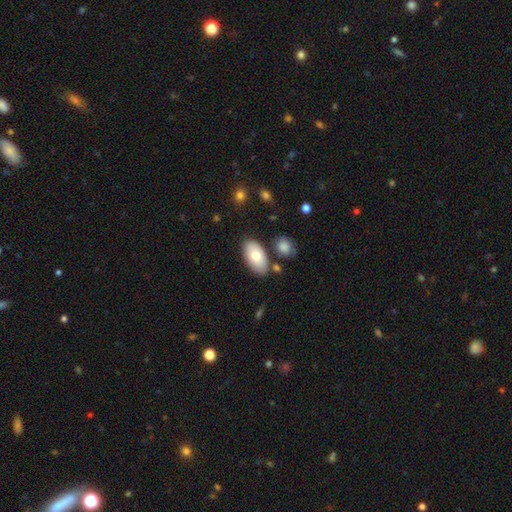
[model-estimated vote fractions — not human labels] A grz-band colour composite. It shows a smooth galaxy with no disk features (75%) that is in between round and cigar-shaped (95%). Merging: none (78%).